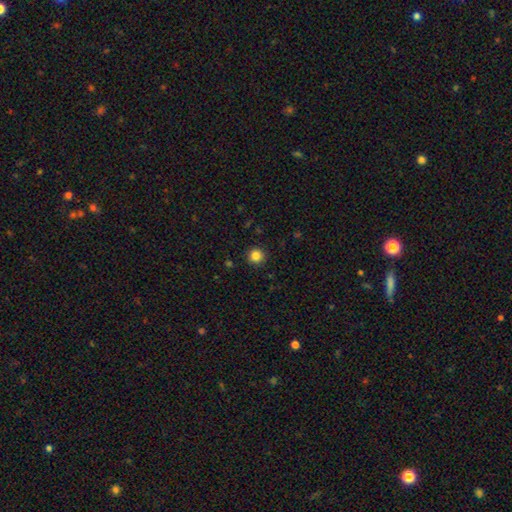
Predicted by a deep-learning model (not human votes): A smooth galaxy with no disk features (85%) that is round (95%).

Vote fractions:
- Smooth or featured? smooth: 85% / star or artifact: 12% / featured or disk: 4%
- How rounded? round: 95% / in between: 4% / cigar-shaped: 1%
- Merging? none: 92% / minor disturbance: 5% / major disturbance: 2% / merger: 1%